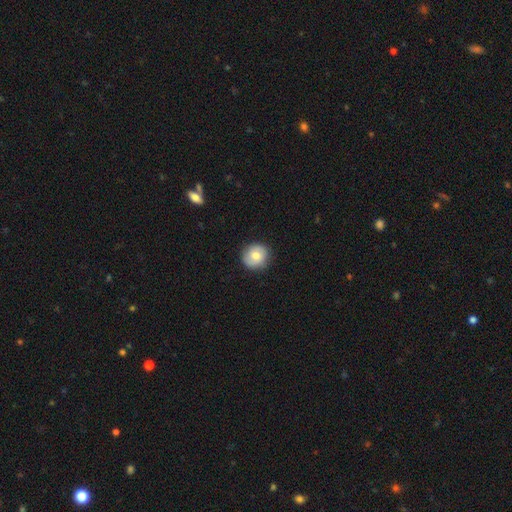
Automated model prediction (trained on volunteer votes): Q: Smooth or featured?
A: smooth (73%); runner-up: featured or disk (20%)
Q: How rounded?
A: round (89%); runner-up: in between (10%)
Q: Merging?
A: none (85%); runner-up: minor disturbance (11%)